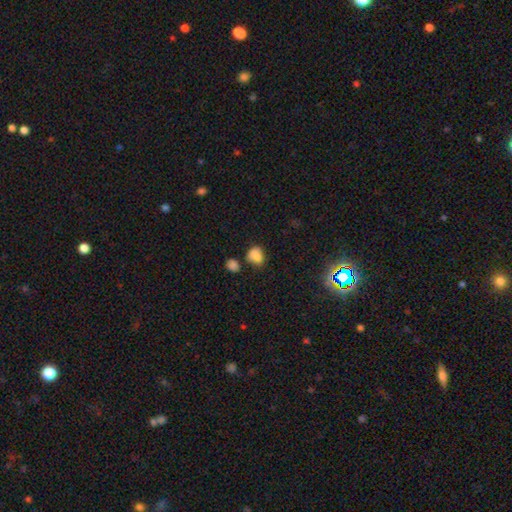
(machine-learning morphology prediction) Smooth or featured?
  - smooth: 78% *
  - star or artifact: 12%
  - featured or disk: 10%
How rounded?
  - round: 51% *
  - in between: 48%
  - cigar-shaped: 1%
Merging?
  - none: 46% *
  - minor disturbance: 24%
  - merger: 21%
  - major disturbance: 9%